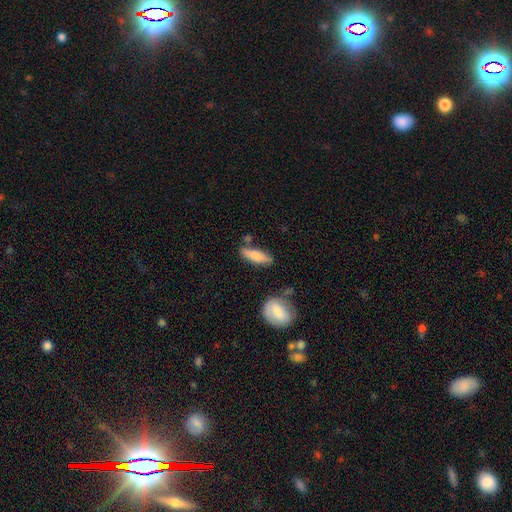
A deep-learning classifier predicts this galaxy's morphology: Smooth or featured?
  - smooth: 73% *
  - featured or disk: 21%
  - star or artifact: 6%
How rounded?
  - cigar-shaped: 56% *
  - in between: 41%
  - round: 2%
Merging?
  - none: 74% *
  - minor disturbance: 16%
  - merger: 7%
  - major disturbance: 4%